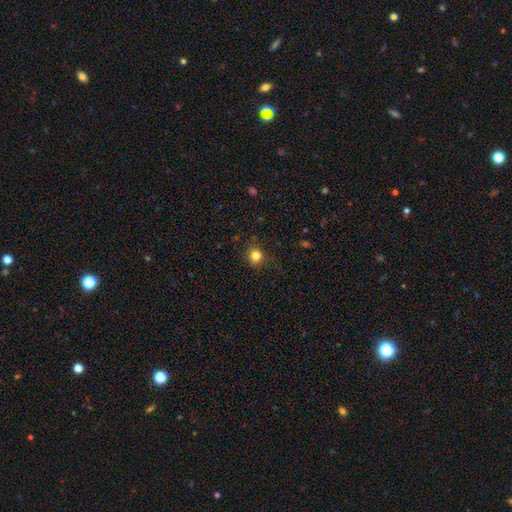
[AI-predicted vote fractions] smooth-or-featured: smooth: 82% | star or artifact: 13% | featured or disk: 5%
  how-rounded: round: 80% | in between: 19% | cigar-shaped: 1%
  merging: none: 82% | minor disturbance: 13% | major disturbance: 4% | merger: 1%